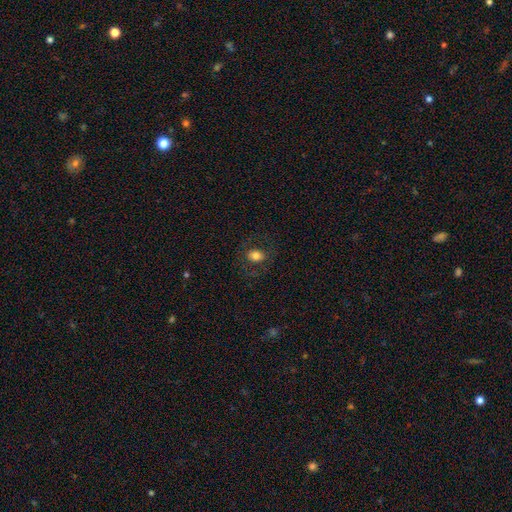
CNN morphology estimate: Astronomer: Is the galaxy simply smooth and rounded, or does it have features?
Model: smooth — 74%.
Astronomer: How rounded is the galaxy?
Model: in between — 53% (runner-up: round, 46%).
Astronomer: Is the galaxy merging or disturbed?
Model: none — 81%.